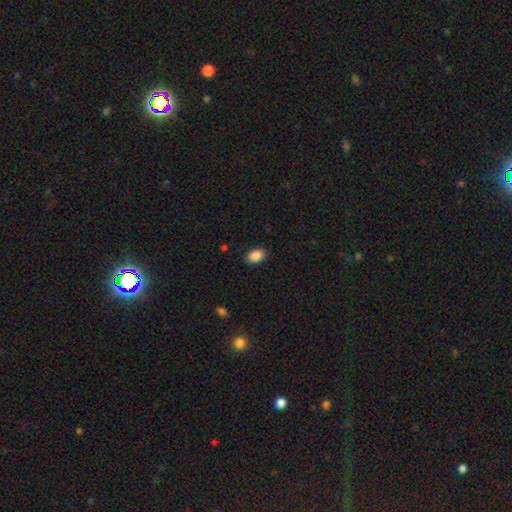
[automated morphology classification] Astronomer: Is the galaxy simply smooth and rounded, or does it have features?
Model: smooth — 89%.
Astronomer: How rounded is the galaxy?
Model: in between — 87%.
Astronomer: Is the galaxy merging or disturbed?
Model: none — 88%.